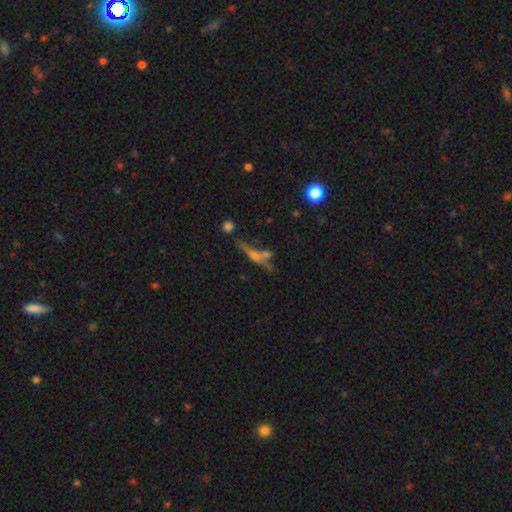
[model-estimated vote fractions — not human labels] This is possibly a featured or disk galaxy (55%). It is clearly viewed edge-on (84%). Merging: possibly none (57%).